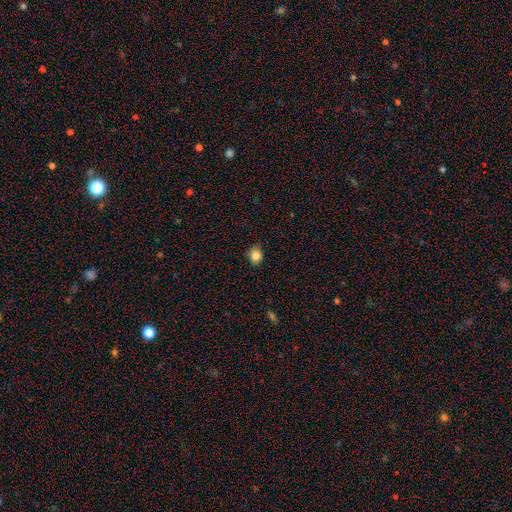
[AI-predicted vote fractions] Smooth or featured? smooth (83%)
How rounded? round (55%)
Merging? none (79%)